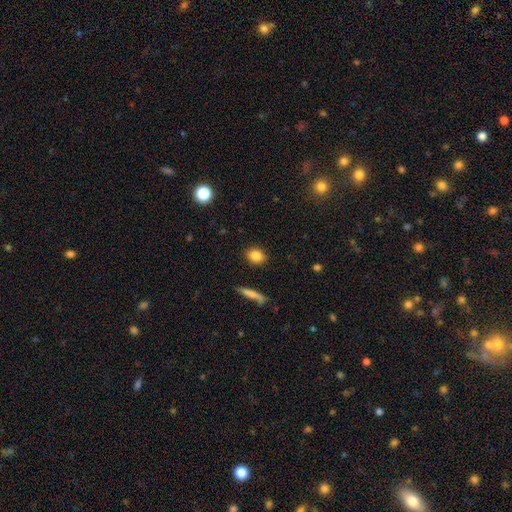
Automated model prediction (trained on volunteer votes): A smooth galaxy with no disk features (85%) that is in between round and cigar-shaped (57%). Merging: none (89%).